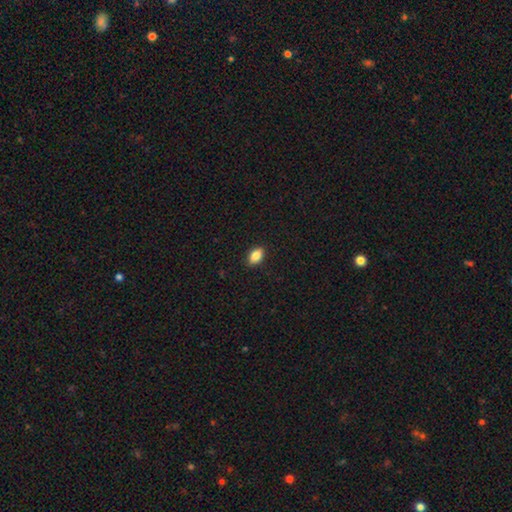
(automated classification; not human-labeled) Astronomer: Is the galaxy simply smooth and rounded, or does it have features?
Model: smooth — 85%.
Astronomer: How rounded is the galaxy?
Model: in between — 89%.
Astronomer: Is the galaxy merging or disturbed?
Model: none — 89%.